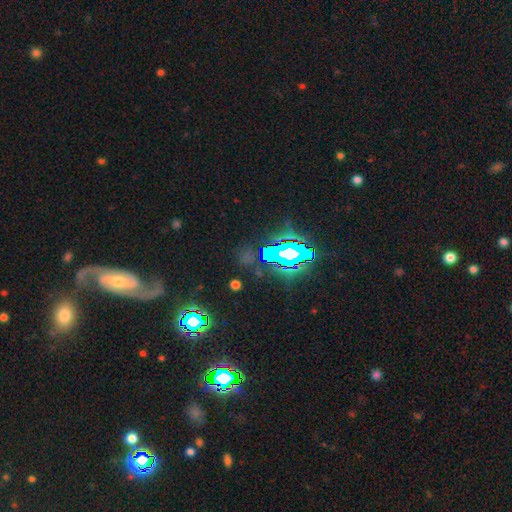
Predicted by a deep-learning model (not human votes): Smooth or featured?
  - star or artifact: 61% *
  - featured or disk: 24%
  - smooth: 15%